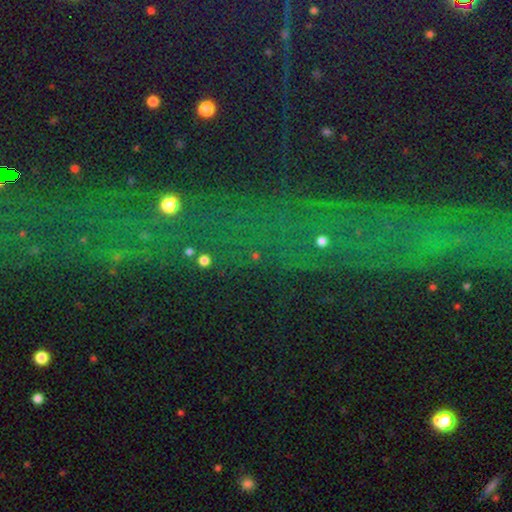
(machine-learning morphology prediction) Smooth or featured?
  - star or artifact: 65% *
  - smooth: 22%
  - featured or disk: 13%